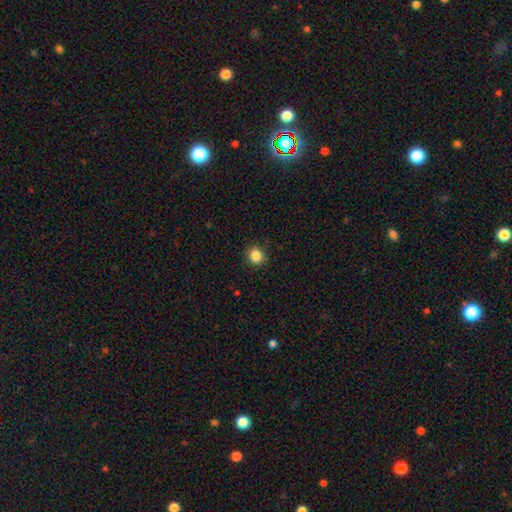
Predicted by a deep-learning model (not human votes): This appears to be a smooth galaxy with no disk features (85%) that is round (87%). Merging: none (90%).